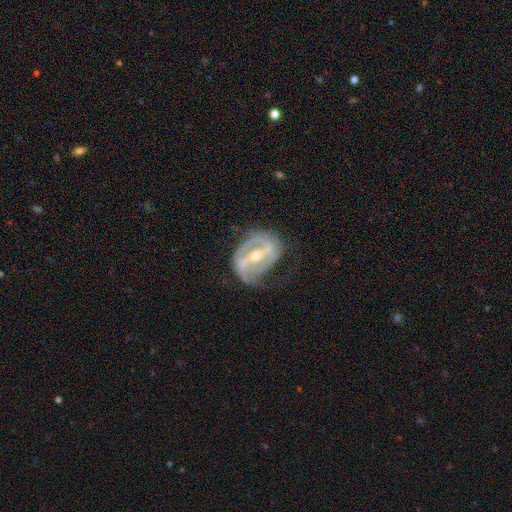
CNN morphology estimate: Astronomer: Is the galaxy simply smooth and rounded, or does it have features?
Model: featured or disk — 87%.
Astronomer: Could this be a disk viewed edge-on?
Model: no — 95%.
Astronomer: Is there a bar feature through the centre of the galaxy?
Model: strong — 71%.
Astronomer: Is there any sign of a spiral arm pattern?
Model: yes — 87%.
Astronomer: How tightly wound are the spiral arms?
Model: medium — 41% (runner-up: tight, 36%).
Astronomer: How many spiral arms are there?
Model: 2 — 71%.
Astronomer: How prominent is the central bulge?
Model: moderate — 49% (runner-up: small, 48%).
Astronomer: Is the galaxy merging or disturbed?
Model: none — 55%.